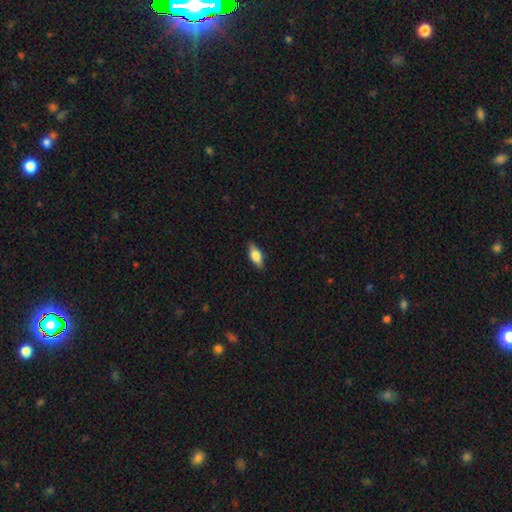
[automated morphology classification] This is likely a smooth galaxy (66%). How rounded: likely in between (77%). Merging: clearly none (85%).